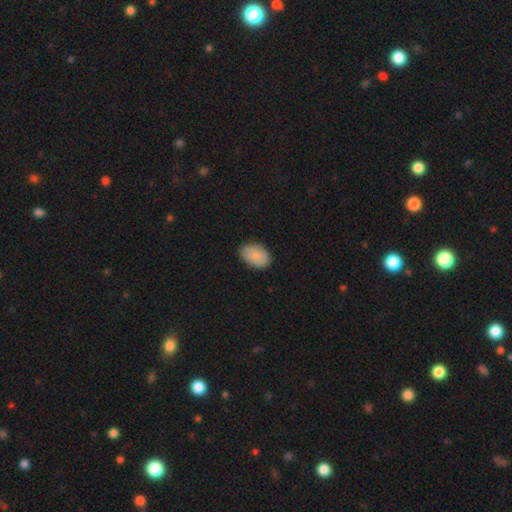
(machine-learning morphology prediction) type=smooth (88%); roundness=in between (88%); merging=none (84%).